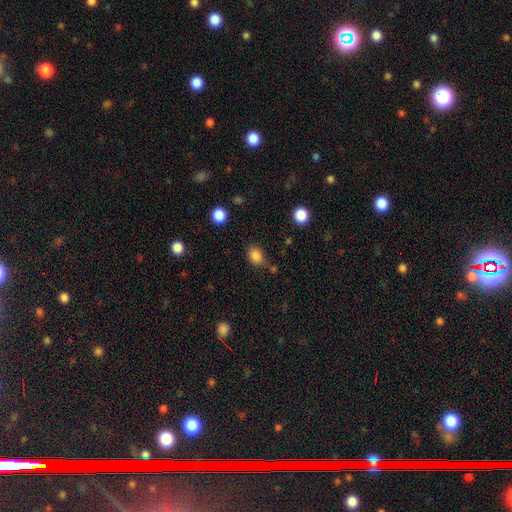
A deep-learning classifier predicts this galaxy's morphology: type=smooth (85%); roundness=in between (51%); merging=none (67%).